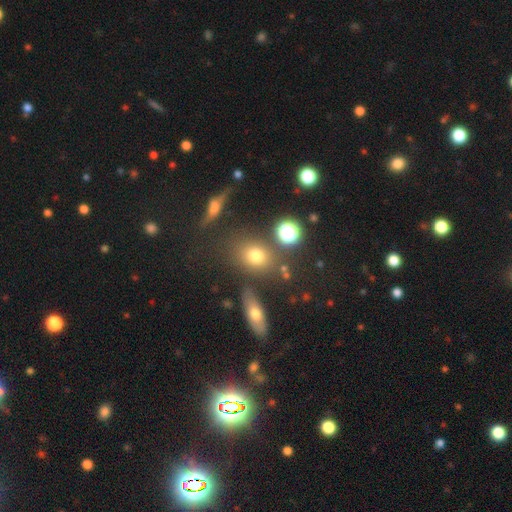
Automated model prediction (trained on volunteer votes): Smooth or featured: smooth — 73% (star or artifact — 16%)
How rounded: in between — 51% (round — 47%)
Merging: none — 73% (minor disturbance — 12%)